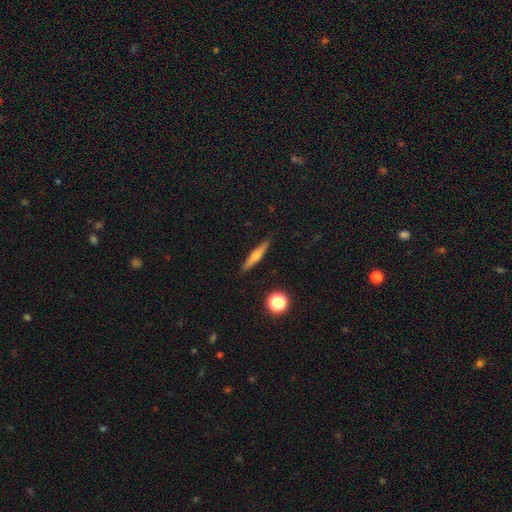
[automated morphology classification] smooth_or_featured: smooth (p=0.50) [alt: featured or disk p=0.42]
how_rounded: cigar-shaped (p=0.89) [alt: in between p=0.08]
merging: none (p=0.90) [alt: minor disturbance p=0.07]